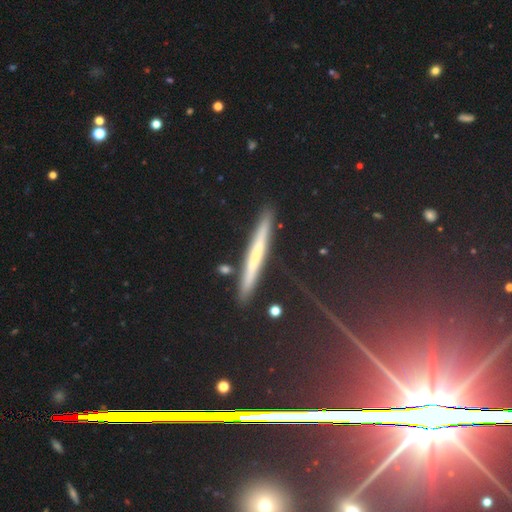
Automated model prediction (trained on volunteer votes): Smooth or featured? Predicted: featured or disk (p=0.48). Merging? Predicted: none (p=0.88).